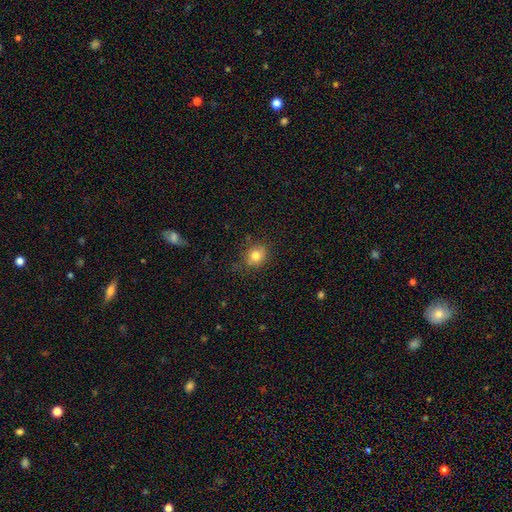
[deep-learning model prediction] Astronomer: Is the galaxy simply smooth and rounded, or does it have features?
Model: smooth — 80%.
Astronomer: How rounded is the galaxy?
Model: round — 70%.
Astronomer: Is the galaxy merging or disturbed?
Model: none — 79%.